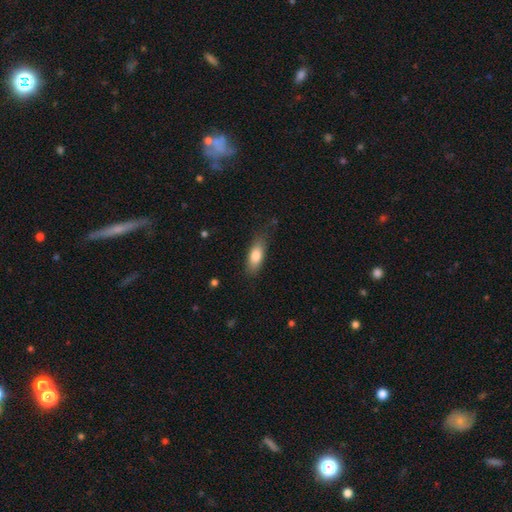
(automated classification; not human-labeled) A smooth galaxy with no disk features (79%) that is in between round and cigar-shaped (73%). Merging: none (73%).